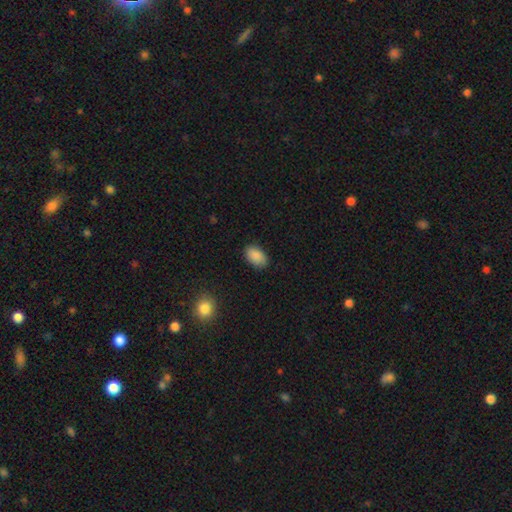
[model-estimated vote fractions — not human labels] smooth 88%, star or artifact 8%, featured or disk 4%. Down the decision tree: how rounded — in between (91%); merging — none (84%).